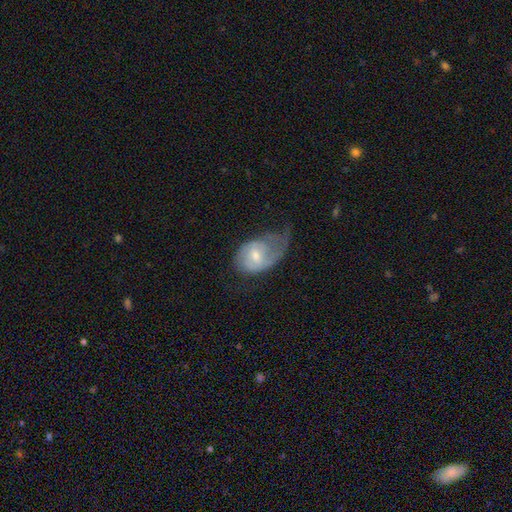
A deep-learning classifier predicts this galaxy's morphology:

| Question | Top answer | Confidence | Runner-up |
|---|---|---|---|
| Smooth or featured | featured or disk | 59% | smooth (35%) |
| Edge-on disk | no | 96% | yes (4%) |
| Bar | weak | 48% | no (42%) |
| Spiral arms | yes | 79% | no (21%) |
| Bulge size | moderate | 56% | small (37%) |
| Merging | major disturbance | 45% | minor disturbance (28%) |